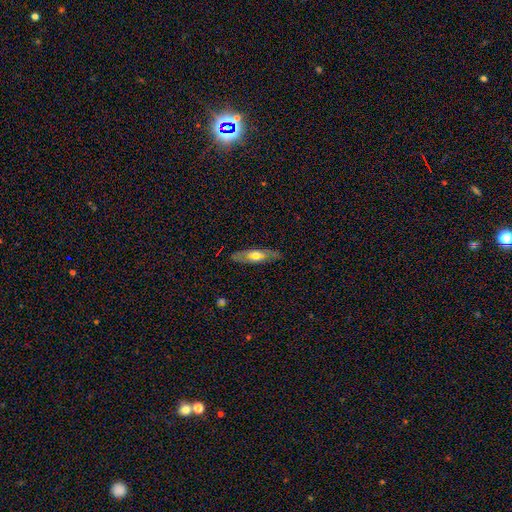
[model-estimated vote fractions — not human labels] A smooth galaxy with no disk features (47%).

Vote fractions:
- Smooth or featured? smooth: 47% / featured or disk: 46% / star or artifact: 7%
- Merging? none: 84% / minor disturbance: 12% / major disturbance: 3% / merger: 1%